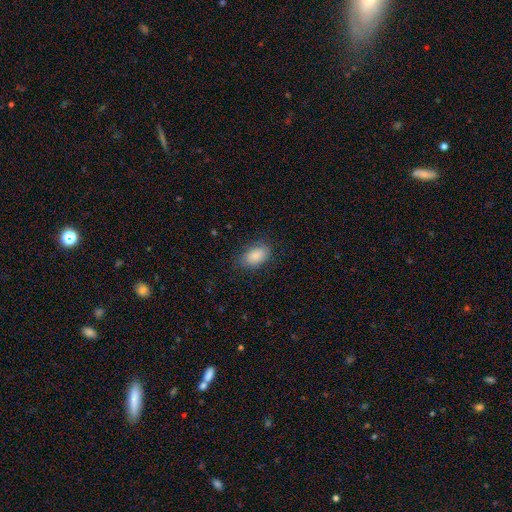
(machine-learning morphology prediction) Overall: smooth (87%). How rounded: in between (91%). Merging: none (79%).